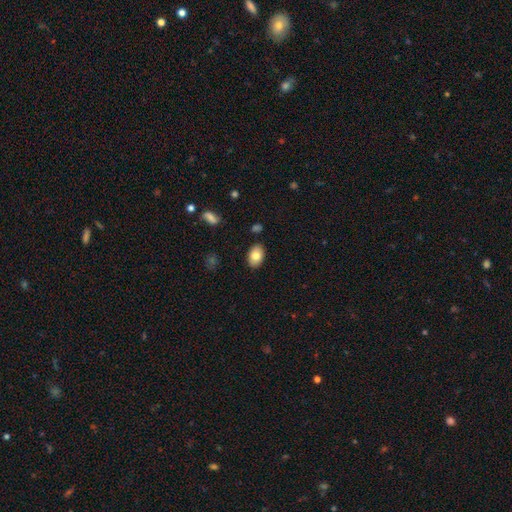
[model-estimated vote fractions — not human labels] This appears to be a smooth galaxy with no disk features (79%) that is in between round and cigar-shaped (89%). Merging: none (87%).